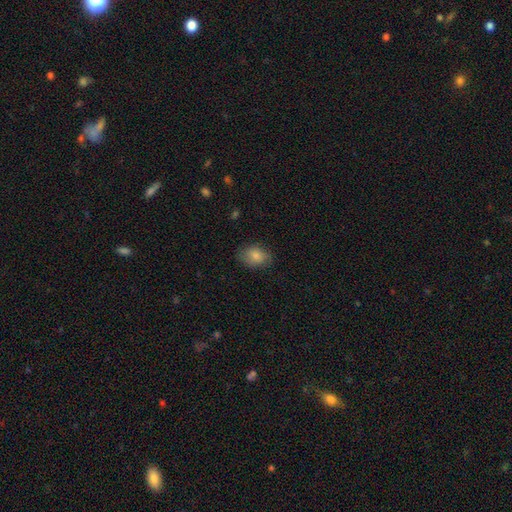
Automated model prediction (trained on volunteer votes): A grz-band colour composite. It shows a smooth galaxy with no disk features (85%) that is in between round and cigar-shaped (75%). Merging: none (77%).